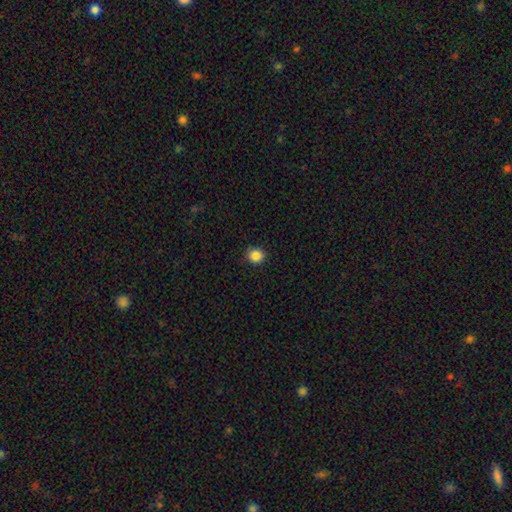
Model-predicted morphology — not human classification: The model was most divided on "how rounded": round: 84%, in between: 15%, cigar-shaped: 1%. More confident: merging — none (89%); smooth or featured — smooth (86%).